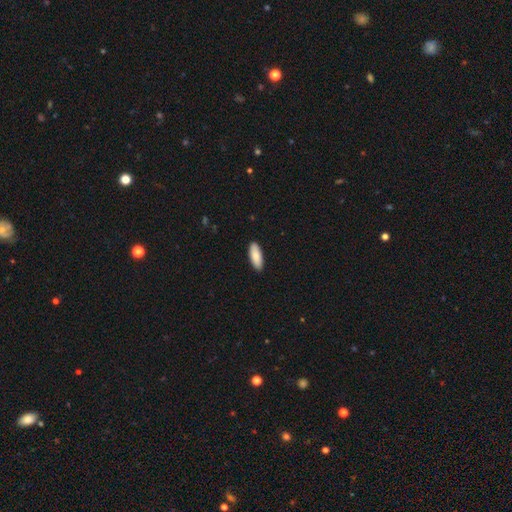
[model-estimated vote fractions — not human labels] Overall: smooth (87%). How rounded: in between (75%). Merging: none (90%).